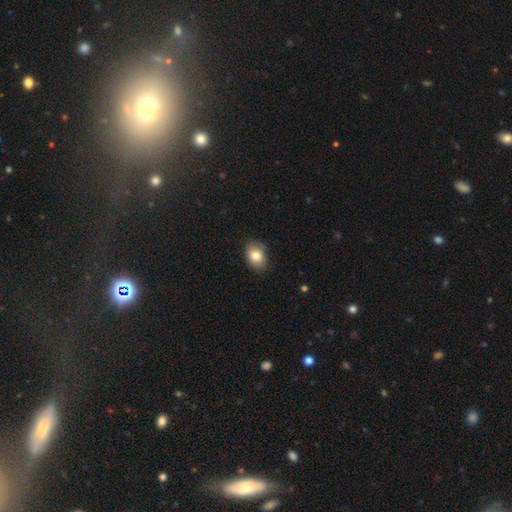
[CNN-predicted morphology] Smooth or featured?
  - smooth: 82% *
  - featured or disk: 10%
  - star or artifact: 8%
How rounded?
  - in between: 75% *
  - round: 24%
  - cigar-shaped: 1%
Merging?
  - none: 83% *
  - minor disturbance: 14%
  - major disturbance: 2%
  - merger: 1%